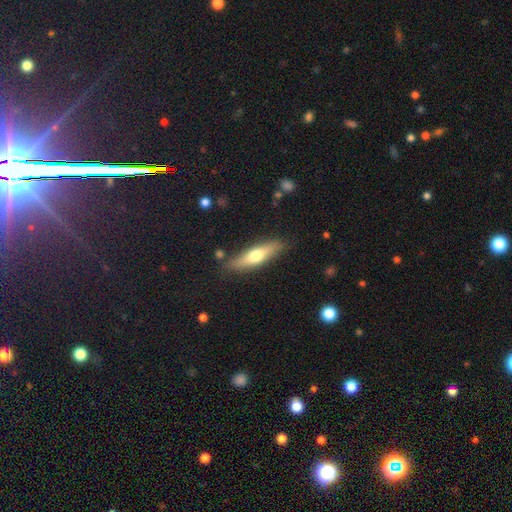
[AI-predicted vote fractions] A smooth galaxy with no disk features (57%) that is cigar-shaped (67%).

Vote fractions:
- Smooth or featured? smooth: 57% / featured or disk: 38% / star or artifact: 6%
- How rounded? cigar-shaped: 67% / in between: 31% / round: 2%
- Merging? none: 82% / minor disturbance: 12% / major disturbance: 3% / merger: 3%